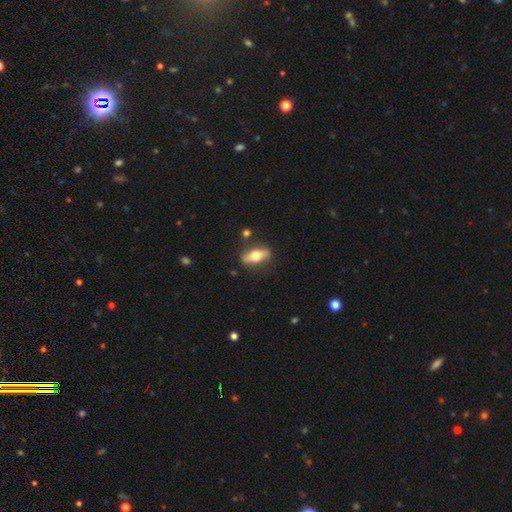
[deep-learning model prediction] Smooth or featured: smooth — 51% (featured or disk — 43%)
How rounded: in between — 67% (cigar-shaped — 27%)
Merging: none — 81% (minor disturbance — 12%)